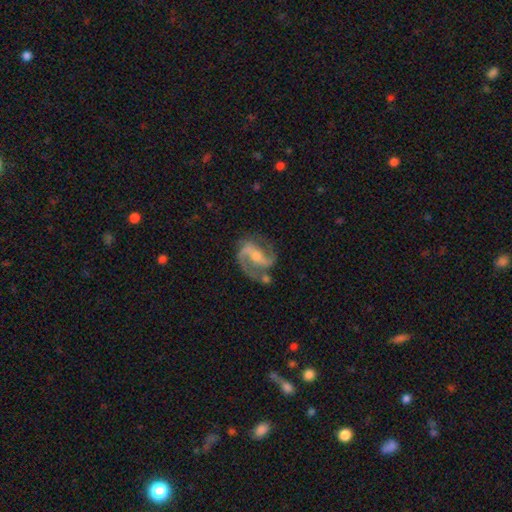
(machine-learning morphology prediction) Smooth or featured: featured or disk — 91% (star or artifact — 5%)
Edge-on disk: no — 98% (yes — 2%)
Bar: strong — 41% (weak — 37%)
Spiral arms: yes — 98% (no — 2%)
Spiral winding: medium — 56% (loose — 26%)
Spiral arm count: 2 — 91% (3 — 2%)
Bulge size: small — 51% (moderate — 43%)
Merging: none — 71% (minor disturbance — 16%)